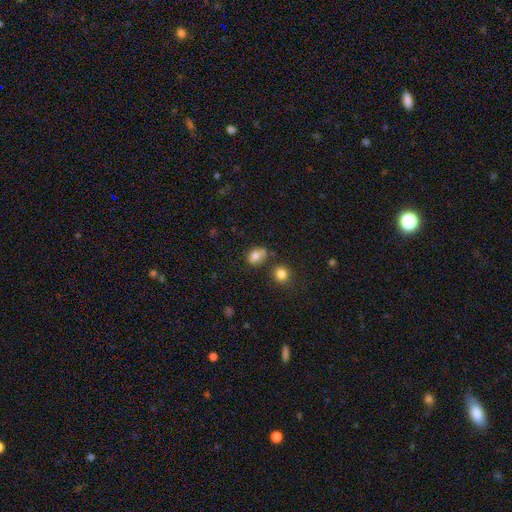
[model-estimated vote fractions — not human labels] Smooth or featured? Predicted: smooth (p=0.74). How rounded? Predicted: round (p=0.52). Merging? Predicted: none (p=0.49).